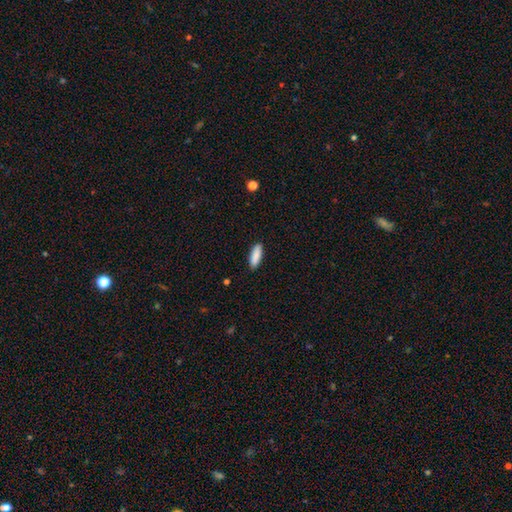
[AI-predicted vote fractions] Smooth or featured? Predicted: smooth (p=0.89). How rounded? Predicted: in between (p=0.51). Merging? Predicted: none (p=0.89).